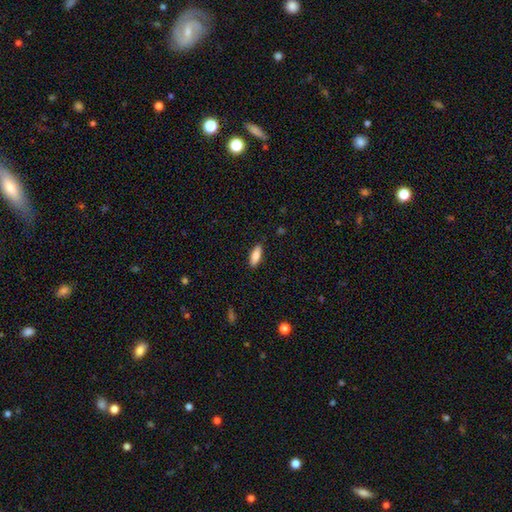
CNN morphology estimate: This appears to be a smooth galaxy with no disk features (81%) that is in between round and cigar-shaped (65%). Merging: none (88%).